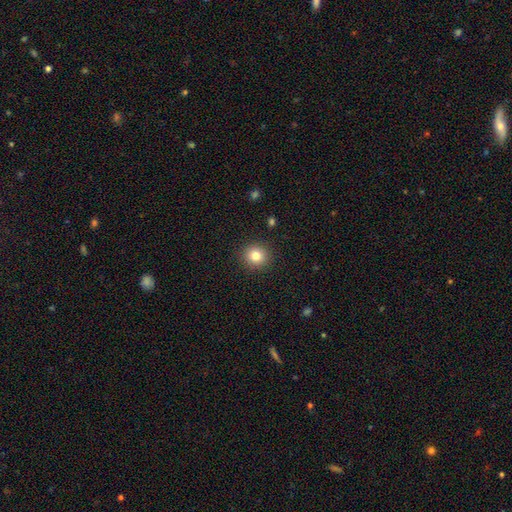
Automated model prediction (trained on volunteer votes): Smooth or featured? Predicted: smooth (p=0.82). How rounded? Predicted: round (p=0.89). Merging? Predicted: none (p=0.91).